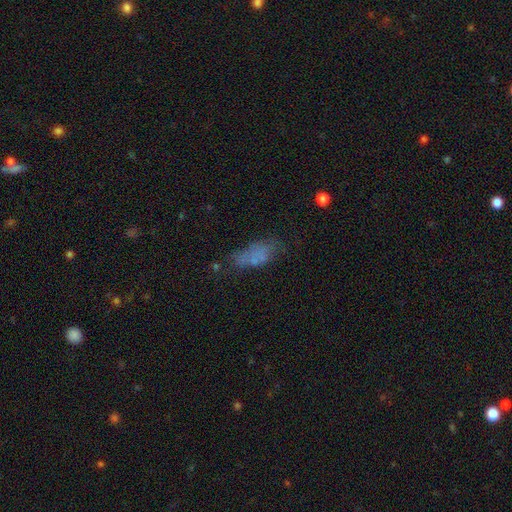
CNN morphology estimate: Smooth or featured?
  - smooth: 59% *
  - featured or disk: 26%
  - star or artifact: 15%
How rounded?
  - in between: 75% *
  - cigar-shaped: 21%
  - round: 4%
Merging?
  - none: 46% *
  - minor disturbance: 26%
  - major disturbance: 20%
  - merger: 9%